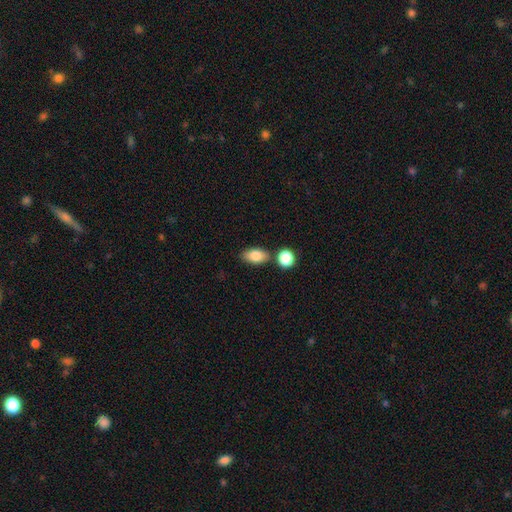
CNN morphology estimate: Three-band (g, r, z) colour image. It shows a smooth galaxy with no disk features (82%) that is in between round and cigar-shaped (88%). Merging: none (71%).